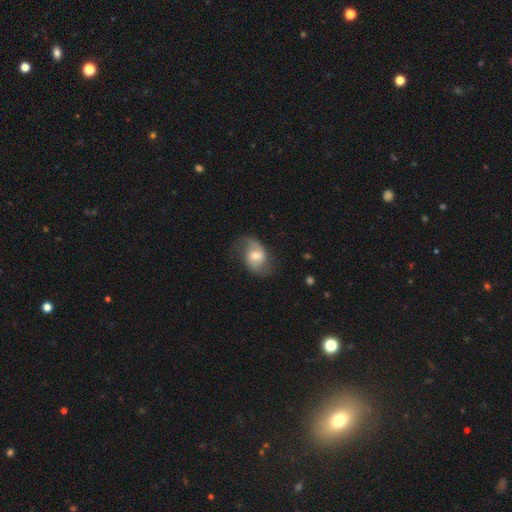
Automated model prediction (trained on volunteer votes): Smooth or featured? Predicted: featured or disk (p=0.64). Edge-on disk? Predicted: no (p=0.96). Bar? Predicted: no (p=0.50). Spiral arms? Predicted: yes (p=0.89). Spiral winding? Predicted: loose (p=0.56). Spiral arm count? Predicted: 2 (p=0.81). Bulge size? Predicted: moderate (p=0.55). Merging? Predicted: none (p=0.64).